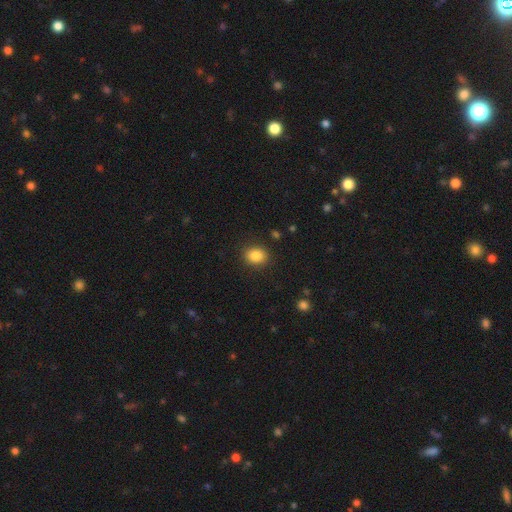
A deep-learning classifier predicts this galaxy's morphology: Smooth or featured?
  - smooth: 86% *
  - star or artifact: 10%
  - featured or disk: 5%
How rounded?
  - in between: 50% *
  - round: 49%
  - cigar-shaped: 1%
Merging?
  - none: 87% *
  - minor disturbance: 9%
  - major disturbance: 3%
  - merger: 1%